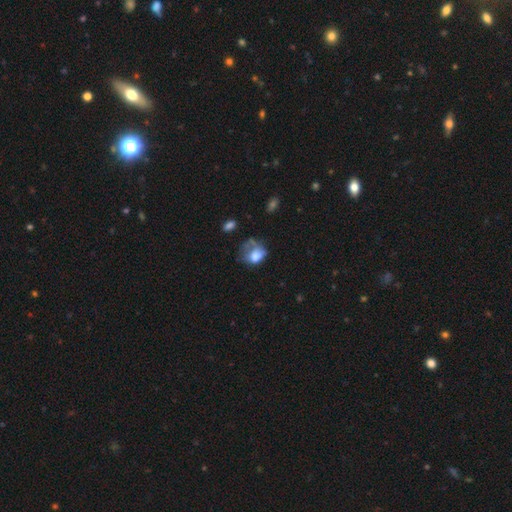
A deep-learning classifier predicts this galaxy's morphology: smooth_or_featured: smooth (p=0.64) [alt: featured or disk p=0.25]
how_rounded: in between (p=0.56) [alt: round p=0.43]
merging: major disturbance (p=0.40) [alt: minor disturbance p=0.26]